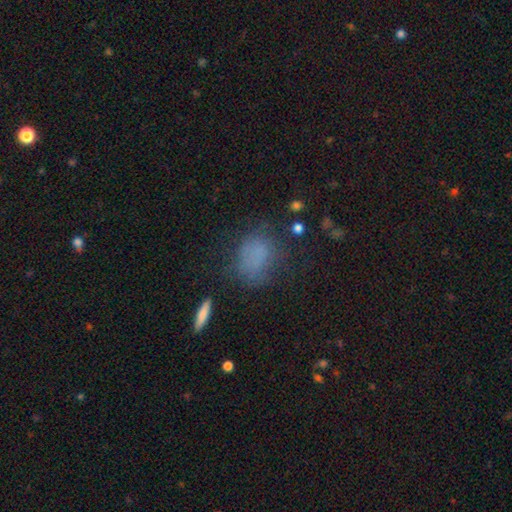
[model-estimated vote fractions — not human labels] smooth 70%, star or artifact 16%, featured or disk 14%. Down the decision tree: how rounded — in between (55%); merging — none (56%).